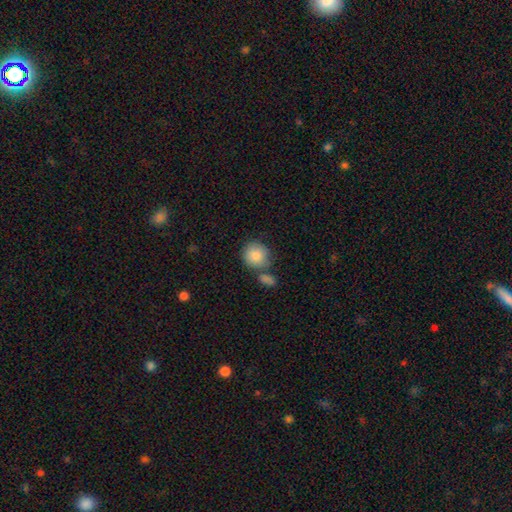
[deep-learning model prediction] The model was most divided on "merging": none: 59%, merger: 22%, minor disturbance: 14%, major disturbance: 5%. More confident: smooth or featured — smooth (87%); how rounded — round (83%).